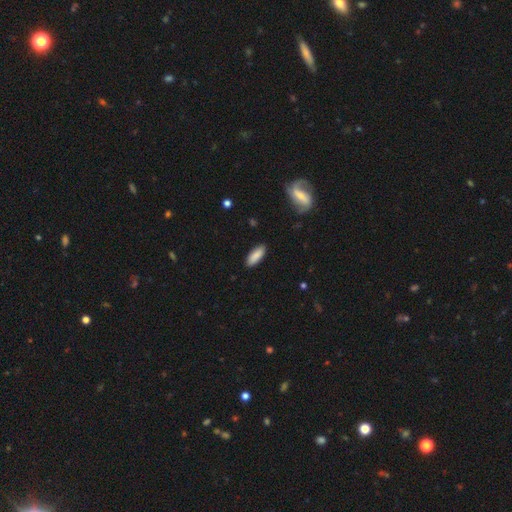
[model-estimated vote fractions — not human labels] A smooth galaxy with no disk features (88%) that is in between round and cigar-shaped (69%).

Vote fractions:
- Smooth or featured? smooth: 88% / featured or disk: 6% / star or artifact: 6%
- How rounded? in between: 69% / cigar-shaped: 29% / round: 2%
- Merging? none: 88% / minor disturbance: 9% / major disturbance: 2% / merger: 1%